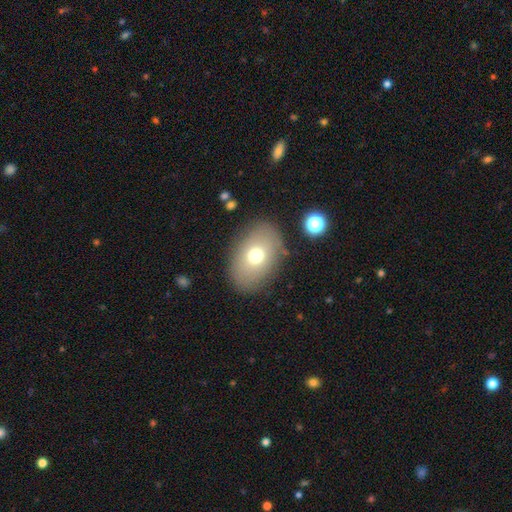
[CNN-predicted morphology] The model was most divided on "smooth or featured": smooth: 70%, featured or disk: 20%, star or artifact: 10%. More confident: merging — none (83%); how rounded — in between (83%).